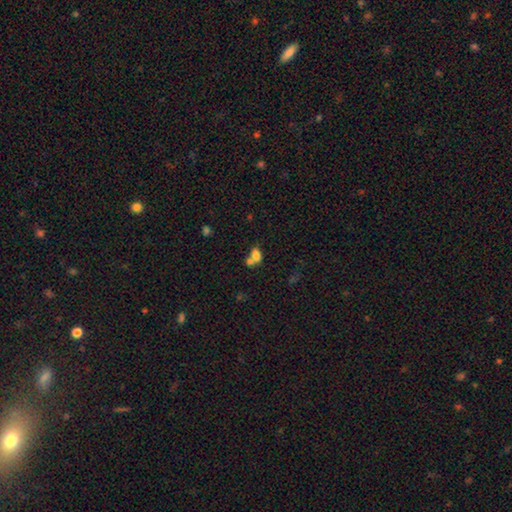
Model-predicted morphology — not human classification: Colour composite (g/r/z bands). It shows a smooth galaxy with no disk features (76%) that is in between round and cigar-shaped (76%). Merging: merger (54%).